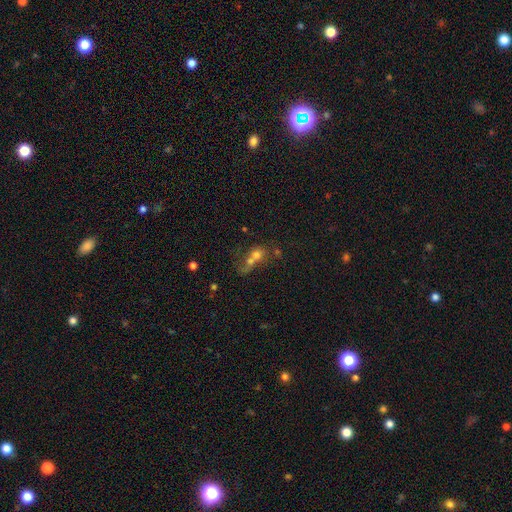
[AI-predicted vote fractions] smooth 53%, featured or disk 27%, star or artifact 20%. Down the decision tree: how rounded — round (60%); merging — merger (64%).